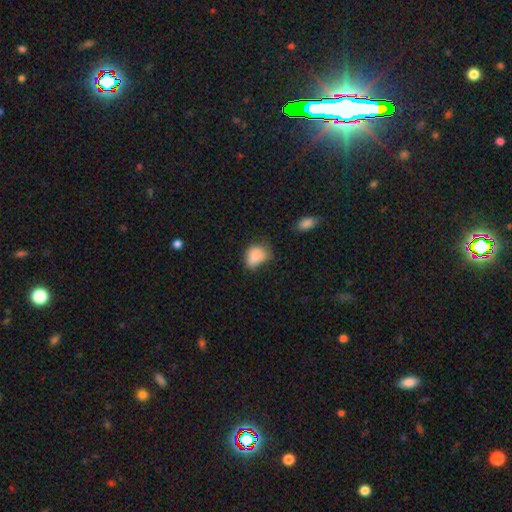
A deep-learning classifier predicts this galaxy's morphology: A smooth galaxy with no disk features (83%) that is in between round and cigar-shaped (69%). Merging: none (42%).